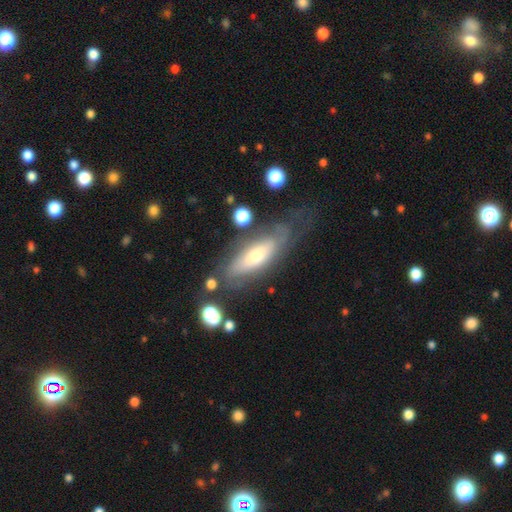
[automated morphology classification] Smooth or featured? Predicted: featured or disk (p=0.60). Edge-on disk? Predicted: no (p=0.67). Merging? Predicted: none (p=0.61).